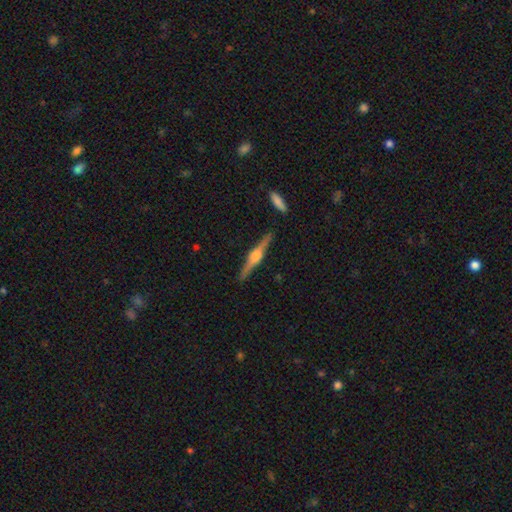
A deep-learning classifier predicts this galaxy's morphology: Smooth or featured?
  - featured or disk: 81% *
  - smooth: 14%
  - star or artifact: 5%
Edge-on disk?
  - yes: 98% *
  - no: 2%
Edge-on bulge?
  - rounded: 90% *
  - boxy: 8%
  - none: 3%
Merging?
  - none: 89% *
  - minor disturbance: 7%
  - merger: 2%
  - major disturbance: 2%